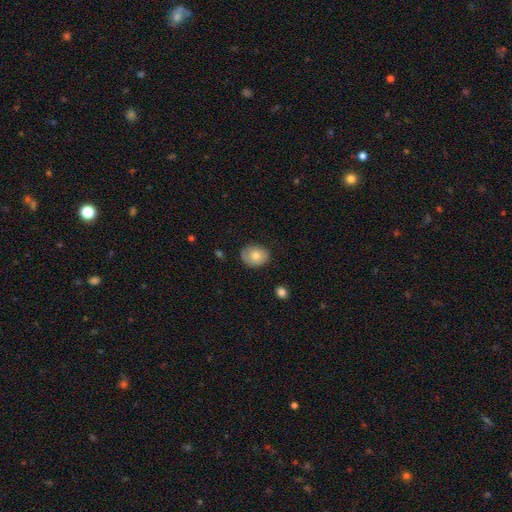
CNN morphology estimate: type=smooth (74%); roundness=in between (61%); merging=none (77%).